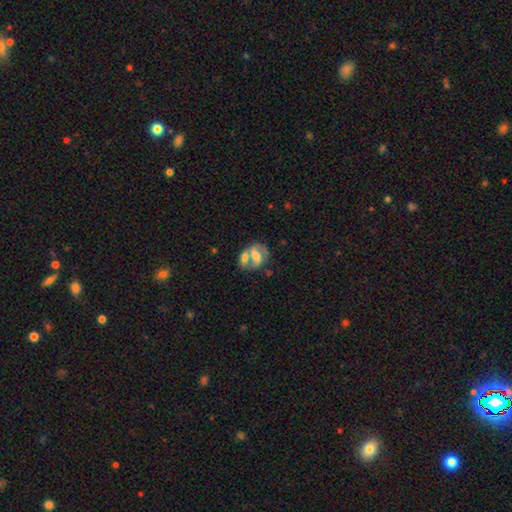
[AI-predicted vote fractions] Smooth or featured: featured or disk — 59% (smooth — 34%)
Edge-on disk: no — 95% (yes — 5%)
Bar: strong — 38% (weak — 34%)
Spiral arms: yes — 61% (no — 39%)
Bulge size: moderate — 54% (small — 23%)
Merging: merger — 47% (none — 33%)